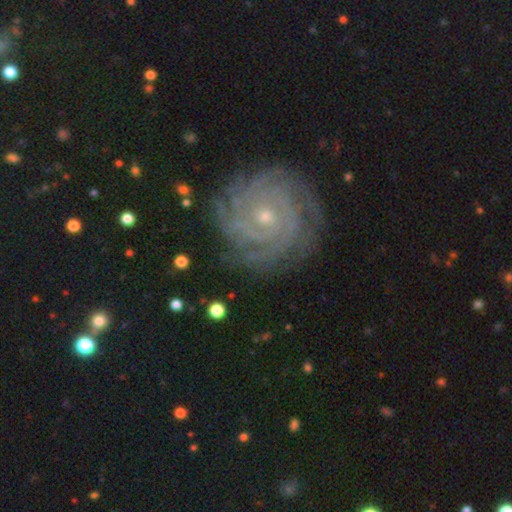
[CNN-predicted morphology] This is likely a featured or disk galaxy (77%). It is clearly not viewed edge-on (97%). Bar: likely no (72%). Spiral arm pattern: clearly yes (97%). Spiral arm count: marginally can't tell (29%). Spiral winding: clearly tight (86%). Central bulge: likely small (72%). Merging: clearly none (86%).